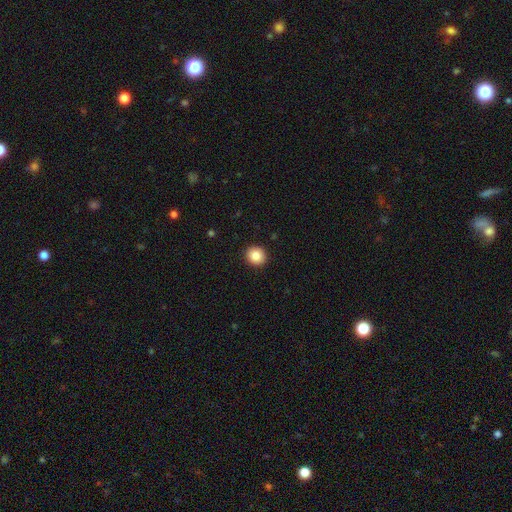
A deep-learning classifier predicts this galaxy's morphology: smooth 86%, star or artifact 9%, featured or disk 5%. Down the decision tree: how rounded — round (89%); merging — none (93%).